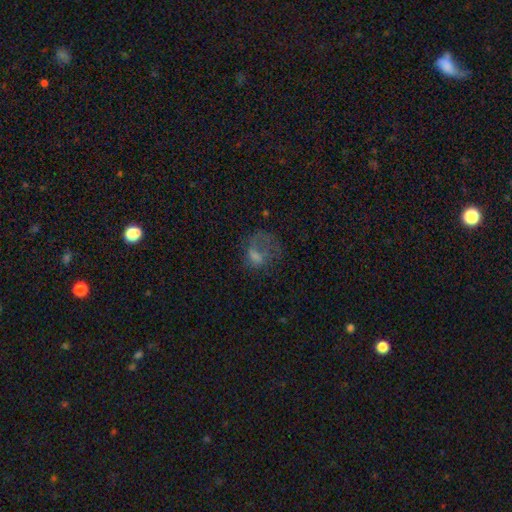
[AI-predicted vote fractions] Overall: smooth (44%; featured or disk 40%). Merging: major disturbance (52%; none 27%).